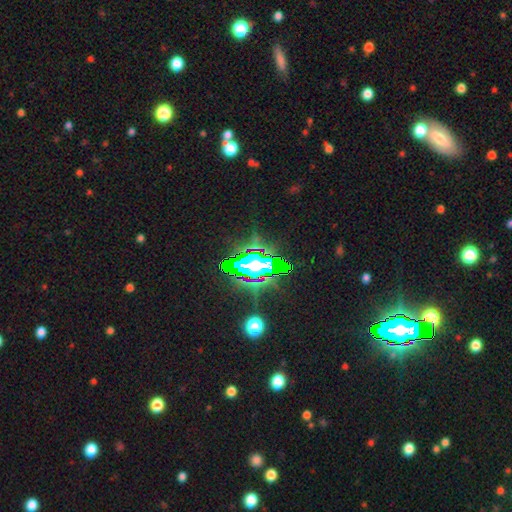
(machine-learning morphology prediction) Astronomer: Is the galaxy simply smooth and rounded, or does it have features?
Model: star or artifact — 78%.